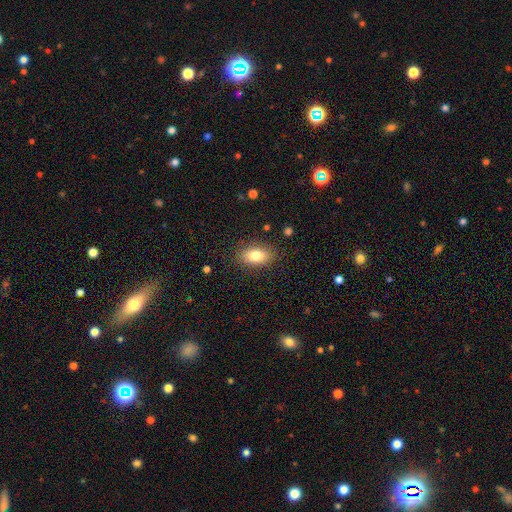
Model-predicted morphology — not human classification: A smooth galaxy with no disk features (79%) that is in between round and cigar-shaped (87%). Merging: none (85%).